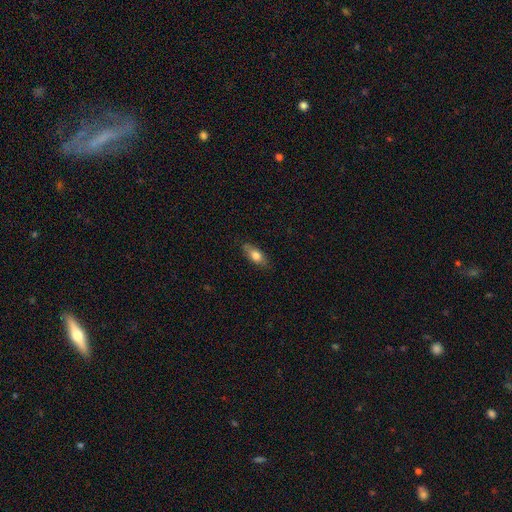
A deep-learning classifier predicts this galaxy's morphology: Smooth or featured? smooth (72%)
How rounded? in between (78%)
Merging? none (80%)